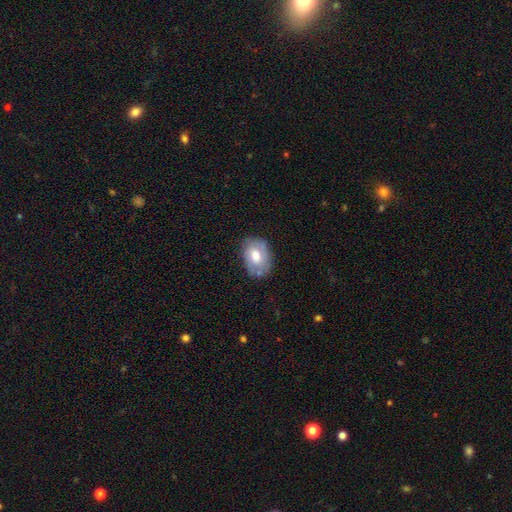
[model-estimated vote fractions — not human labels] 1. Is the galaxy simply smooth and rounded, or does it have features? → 64% smooth, 29% featured or disk, 7% star or artifact.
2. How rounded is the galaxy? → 78% in between, 21% round, 1% cigar-shaped.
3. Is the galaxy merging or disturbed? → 67% none, 24% minor disturbance, 6% major disturbance, 4% merger.